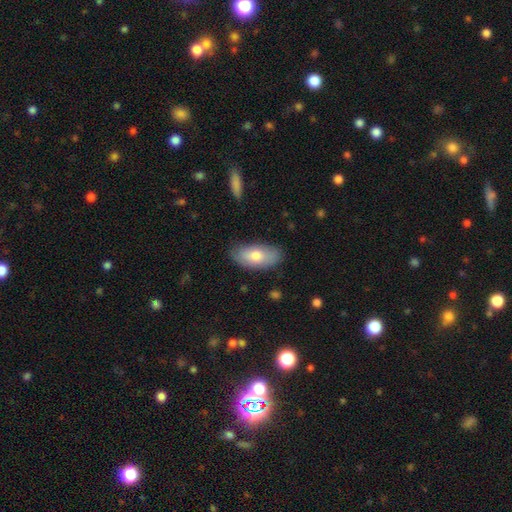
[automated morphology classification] This appears to be a smooth galaxy with no disk features (75%) that is in between round and cigar-shaped (91%). Merging: none (80%).